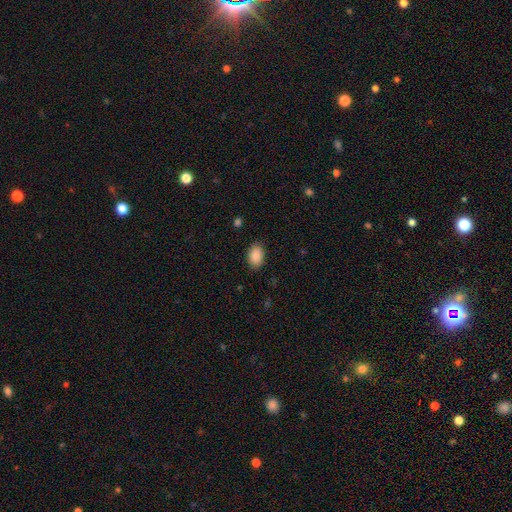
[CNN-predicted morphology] smooth 89%, star or artifact 7%, featured or disk 4%. Down the decision tree: how rounded — in between (89%); merging — none (87%).